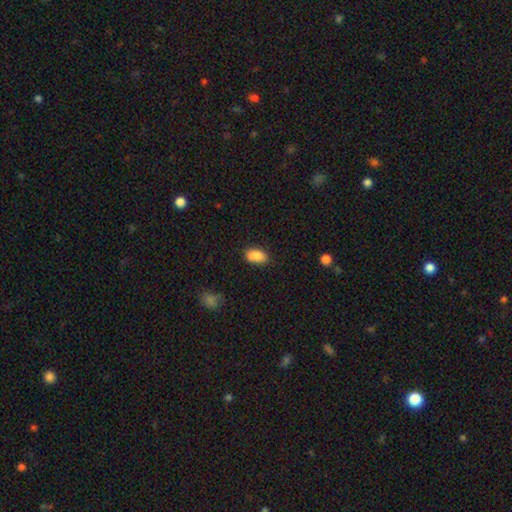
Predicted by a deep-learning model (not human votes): Q: Smooth or featured?
A: smooth (85%); runner-up: star or artifact (9%)
Q: How rounded?
A: in between (89%); runner-up: round (8%)
Q: Merging?
A: none (65%); runner-up: minor disturbance (20%)